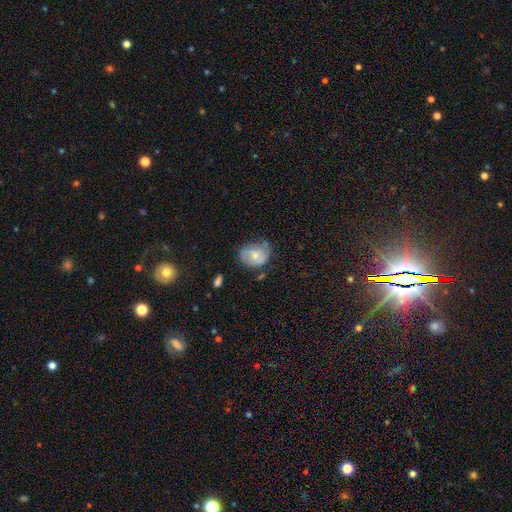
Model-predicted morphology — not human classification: Smooth or featured: smooth — 48% (featured or disk — 44%)
Merging: none — 51% (minor disturbance — 33%)